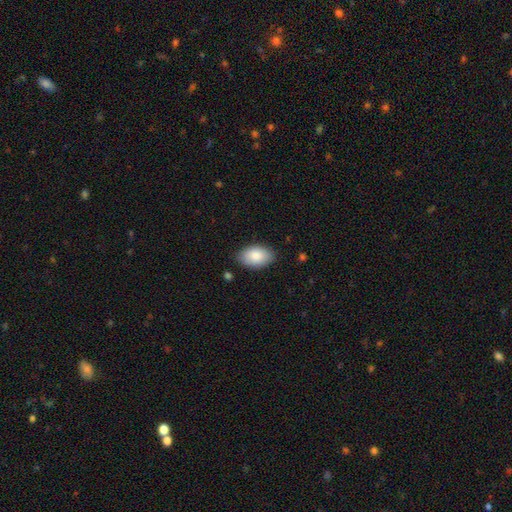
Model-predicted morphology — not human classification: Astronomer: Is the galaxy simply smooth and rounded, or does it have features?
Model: smooth — 86%.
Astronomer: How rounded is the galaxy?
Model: in between — 92%.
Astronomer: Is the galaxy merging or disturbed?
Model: none — 83%.